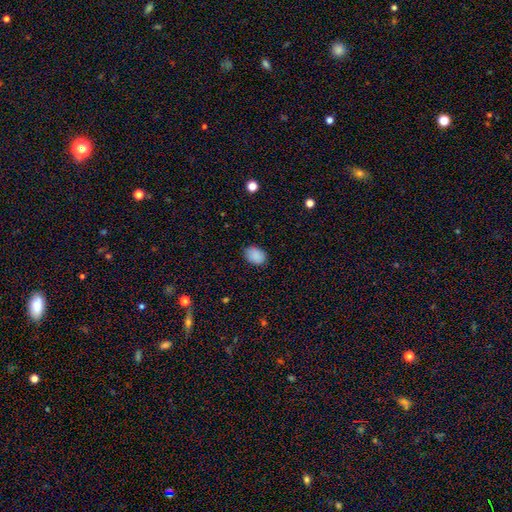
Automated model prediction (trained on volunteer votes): smooth-or-featured: smooth: 89% | star or artifact: 8% | featured or disk: 3%
  how-rounded: in between: 73% | round: 26% | cigar-shaped: 1%
  merging: none: 85% | minor disturbance: 11% | major disturbance: 2% | merger: 1%